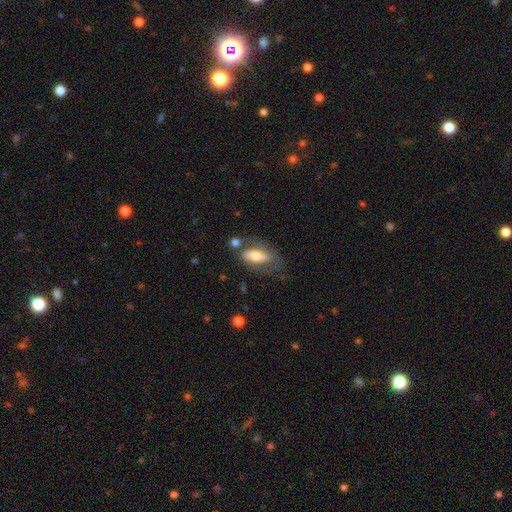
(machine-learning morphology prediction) This appears to be a smooth galaxy with no disk features (50%) that is in between round and cigar-shaped (79%). Merging: none (50%).